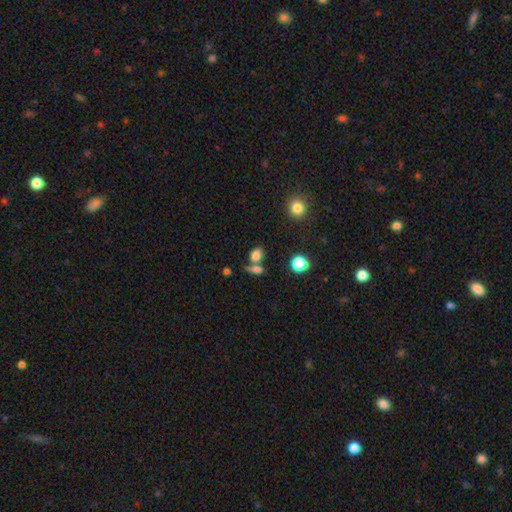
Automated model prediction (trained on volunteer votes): smooth_or_featured: smooth (p=0.79) [alt: star or artifact p=0.12]
how_rounded: in between (p=0.68) [alt: round p=0.28]
merging: none (p=0.49) [alt: merger p=0.35]